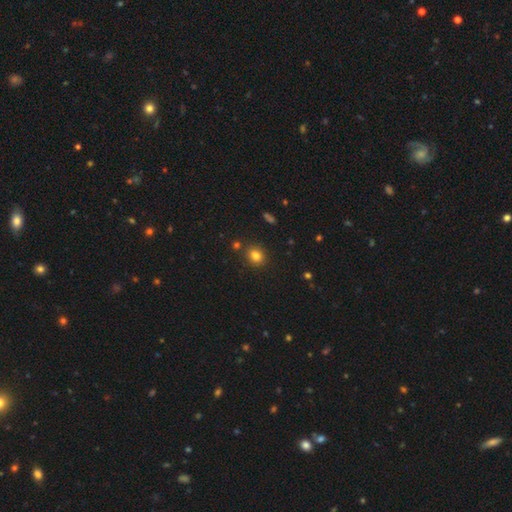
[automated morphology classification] This appears to be a smooth galaxy with no disk features (81%) that is round (66%). Merging: none (83%).